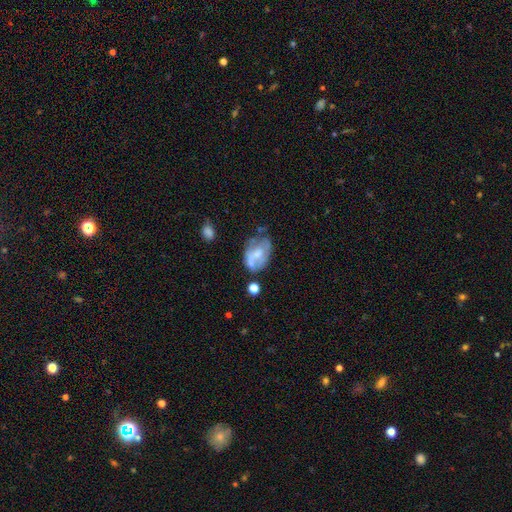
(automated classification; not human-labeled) Smooth or featured: featured or disk — 52% (smooth — 39%)
Edge-on disk: no — 96% (yes — 4%)
Merging: none — 38% (minor disturbance — 28%)